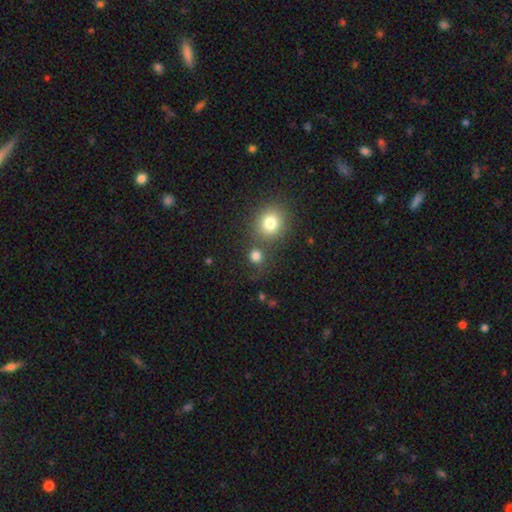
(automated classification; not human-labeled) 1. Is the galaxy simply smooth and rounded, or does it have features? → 79% smooth, 14% star or artifact, 6% featured or disk.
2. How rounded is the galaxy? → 86% round, 13% in between, 1% cigar-shaped.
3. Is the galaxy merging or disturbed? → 68% none, 19% merger, 9% minor disturbance, 5% major disturbance.